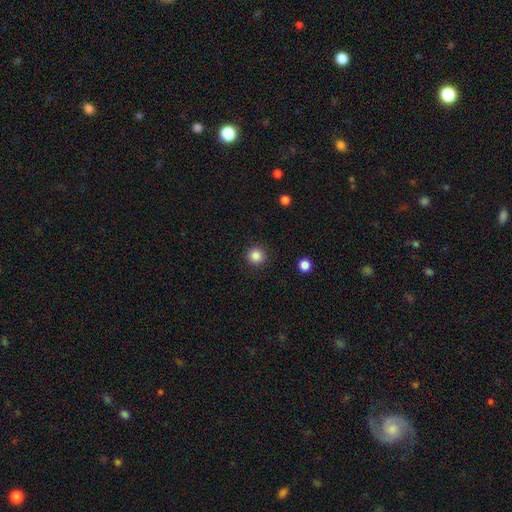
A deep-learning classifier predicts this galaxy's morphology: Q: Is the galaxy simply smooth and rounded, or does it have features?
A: smooth — 86%.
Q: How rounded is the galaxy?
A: round — 95%.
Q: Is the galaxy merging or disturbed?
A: none — 91%.